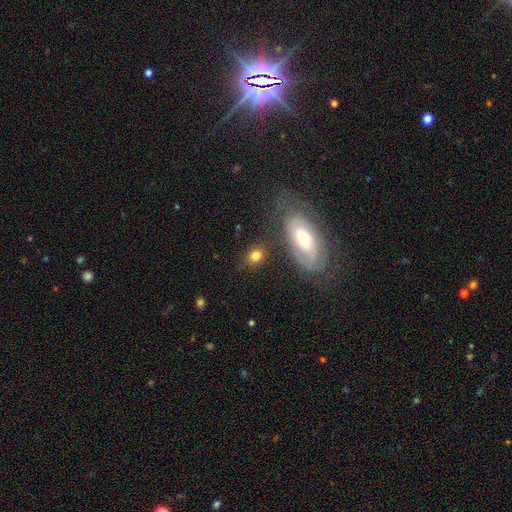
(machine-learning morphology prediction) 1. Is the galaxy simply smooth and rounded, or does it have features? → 77% smooth, 13% featured or disk, 9% star or artifact.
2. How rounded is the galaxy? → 55% round, 42% in between, 3% cigar-shaped.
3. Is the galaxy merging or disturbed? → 74% none, 13% minor disturbance, 8% merger, 6% major disturbance.